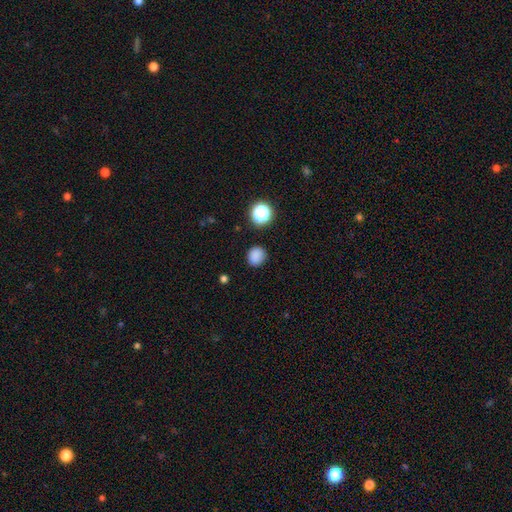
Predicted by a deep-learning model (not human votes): This is clearly a smooth galaxy (84%). How rounded: clearly round (81%). Merging: clearly none (86%).